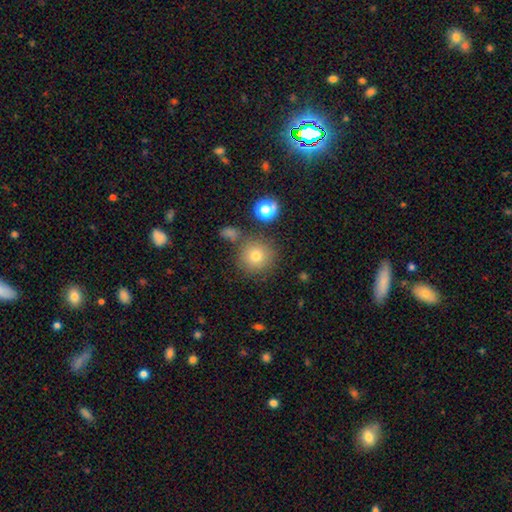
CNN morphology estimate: A smooth galaxy with no disk features (76%) that is round (93%).

Vote fractions:
- Smooth or featured? smooth: 76% / star or artifact: 14% / featured or disk: 10%
- How rounded? round: 93% / in between: 6% / cigar-shaped: 1%
- Merging? none: 78% / minor disturbance: 9% / merger: 9% / major disturbance: 4%